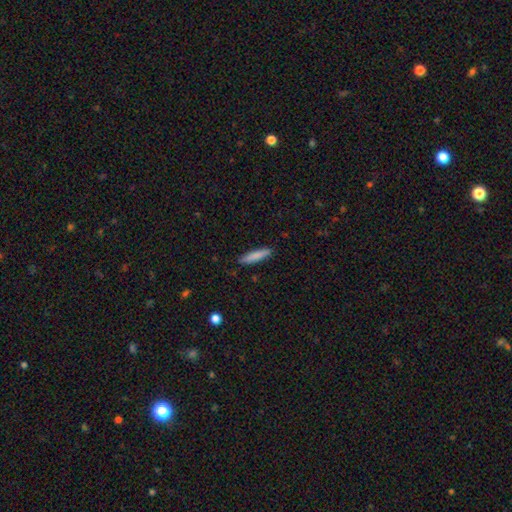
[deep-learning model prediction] The model was most divided on "smooth or featured": smooth: 82%, featured or disk: 12%, star or artifact: 6%. More confident: merging — none (89%); how rounded — cigar-shaped (87%).